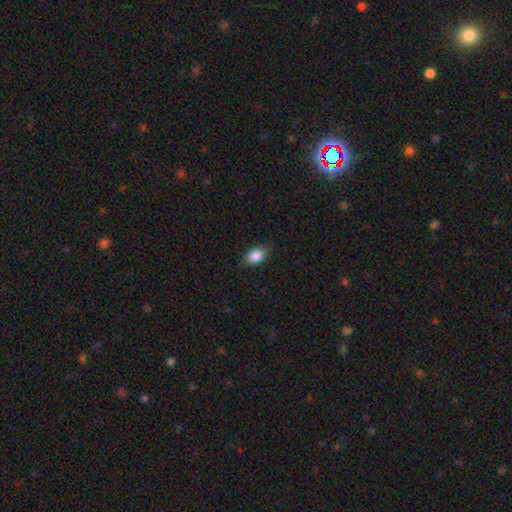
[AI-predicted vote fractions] This appears to be a smooth galaxy with no disk features (85%) that is in between round and cigar-shaped (75%). Merging: none (80%).